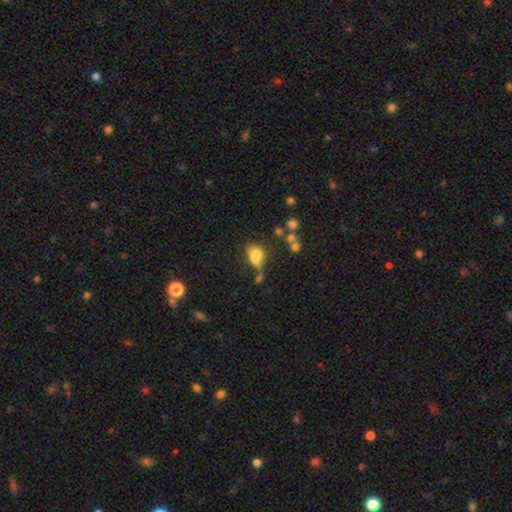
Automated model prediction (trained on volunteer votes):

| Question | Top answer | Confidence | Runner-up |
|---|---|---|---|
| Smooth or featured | smooth | 65% | featured or disk (21%) |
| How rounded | in between | 73% | round (21%) |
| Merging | merger | 29% | none (28%) |